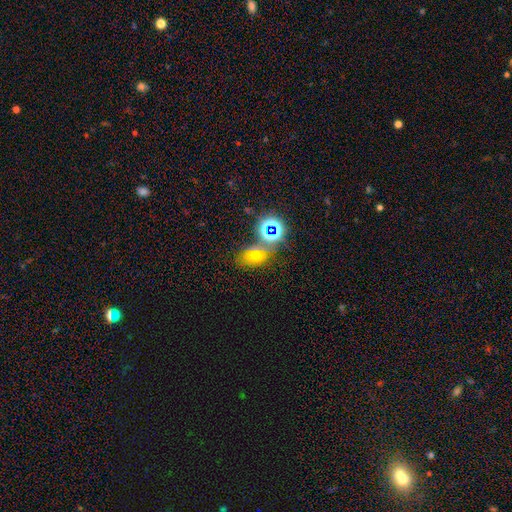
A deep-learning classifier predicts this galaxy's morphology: star or artifact 45%, smooth 41%, featured or disk 14%.